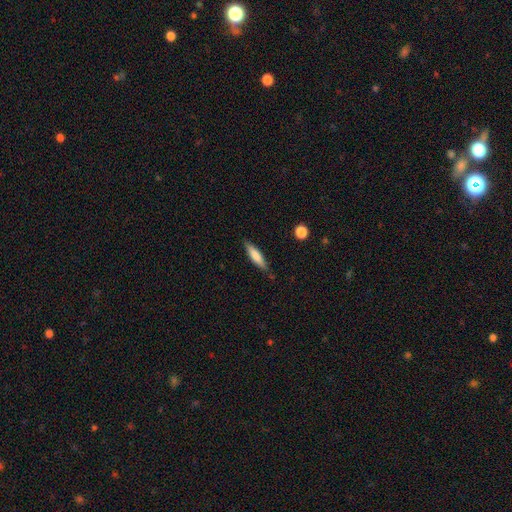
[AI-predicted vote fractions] smooth_or_featured: smooth (p=0.72) [alt: featured or disk p=0.22]
how_rounded: cigar-shaped (p=0.76) [alt: in between p=0.22]
merging: none (p=0.83) [alt: minor disturbance p=0.13]